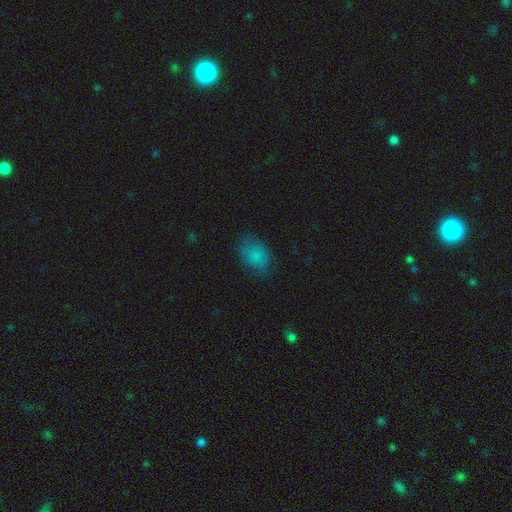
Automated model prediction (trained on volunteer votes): A smooth galaxy with no disk features (77%) that is in between round and cigar-shaped (74%). Merging: none (64%).